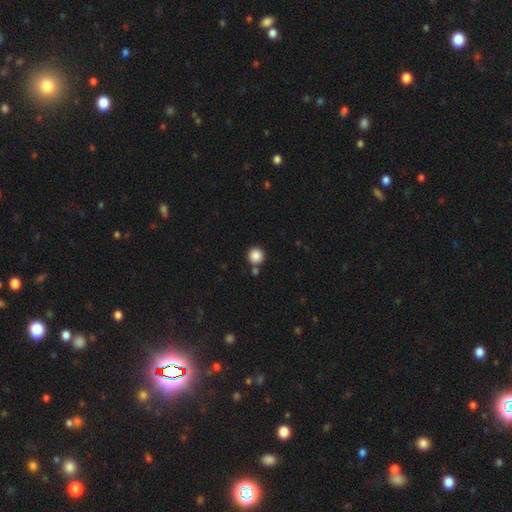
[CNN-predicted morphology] Smooth or featured? Predicted: smooth (p=0.87). How rounded? Predicted: round (p=0.95). Merging? Predicted: none (p=0.79).